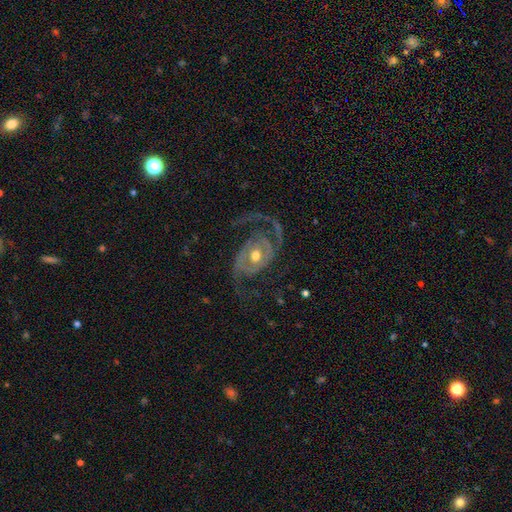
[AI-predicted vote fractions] smooth-or-featured: featured or disk: 89% | smooth: 7% | star or artifact: 5%
  disk-edge-on: no: 97% | yes: 3%
    bar: no: 64% | weak: 25% | strong: 11%
    has-spiral-arms: yes: 95% | no: 5%
      spiral-winding: medium: 47% | loose: 34% | tight: 19%
      spiral-arm-count: 2: 84% | 3: 5% | can't tell: 4% | 1: 3% | 4: 2% | more than 4: 2%
    bulge-size: moderate: 72% | small: 21% | large: 5% | none: 1% | dominant: 1%
  merging: none: 62% | major disturbance: 20% | minor disturbance: 16% | merger: 2%